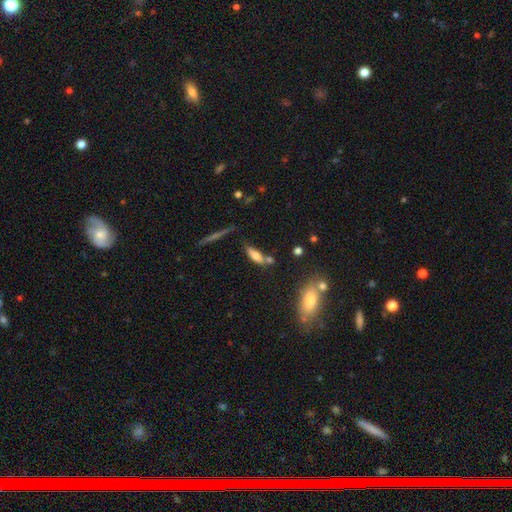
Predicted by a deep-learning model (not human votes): Smooth or featured? Predicted: smooth (p=0.70). How rounded? Predicted: in between (p=0.58). Merging? Predicted: none (p=0.47).